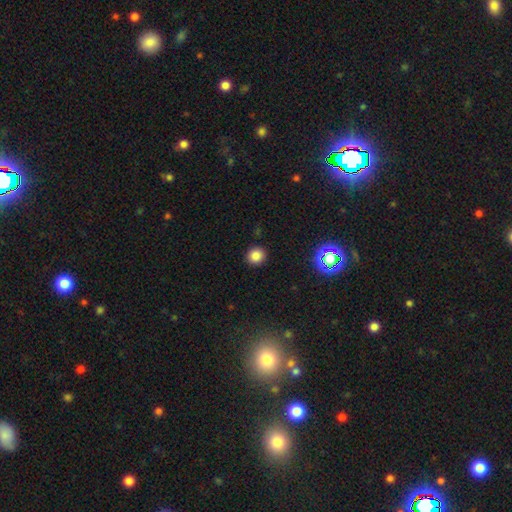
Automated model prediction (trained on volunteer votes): smooth 82%, star or artifact 14%, featured or disk 4%. Down the decision tree: how rounded — round (90%); merging — none (91%).